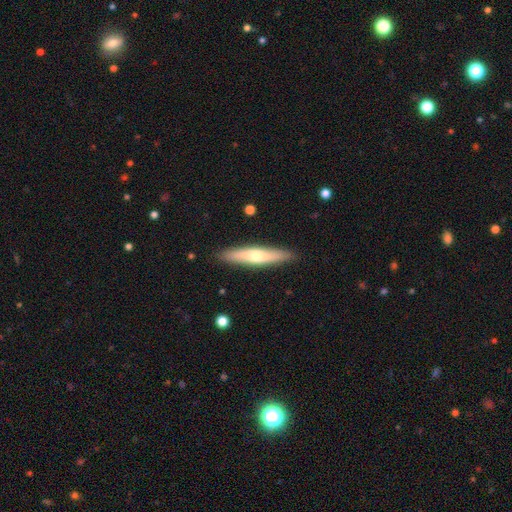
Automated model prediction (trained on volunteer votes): Morphology: type=smooth (50%); roundness=cigar-shaped (86%); merging=none (90%).